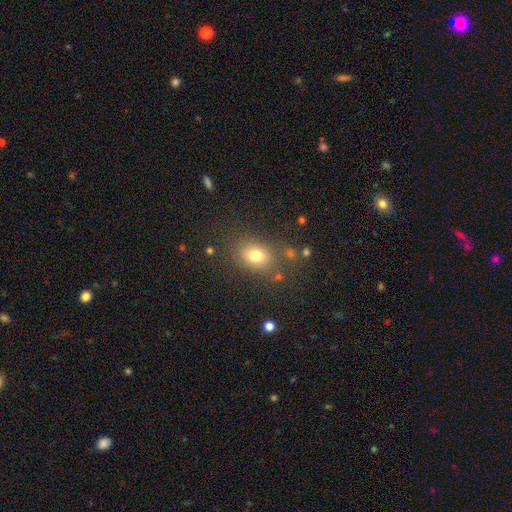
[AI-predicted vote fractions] smooth_or_featured: smooth (p=0.75) [alt: star or artifact p=0.14]
how_rounded: in between (p=0.59) [alt: round p=0.40]
merging: none (p=0.79) [alt: minor disturbance p=0.13]